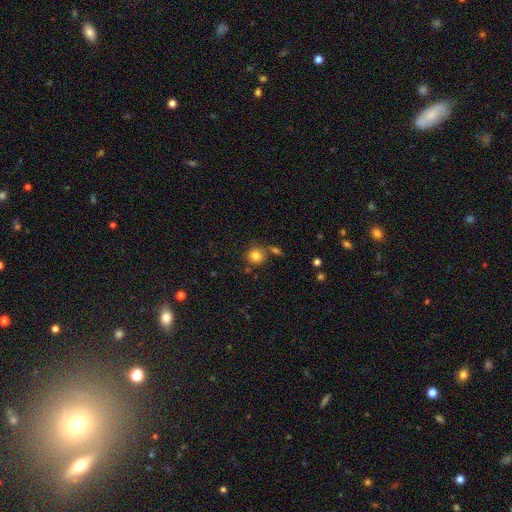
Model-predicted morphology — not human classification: Smooth or featured? Predicted: smooth (p=0.82). How rounded? Predicted: round (p=0.88). Merging? Predicted: none (p=0.70).